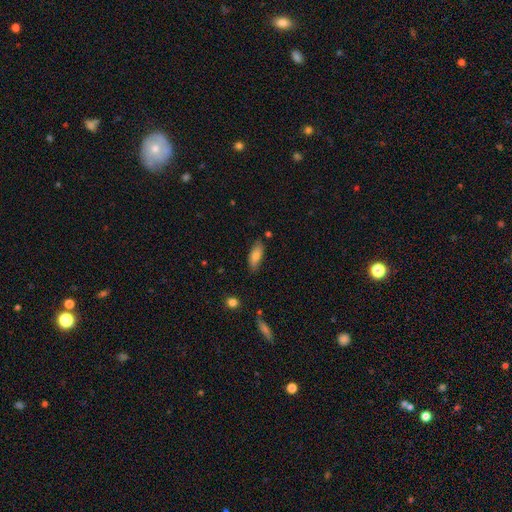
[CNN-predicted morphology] smooth 76%, featured or disk 17%, star or artifact 7%. Down the decision tree: how rounded — in between (73%); merging — none (79%).